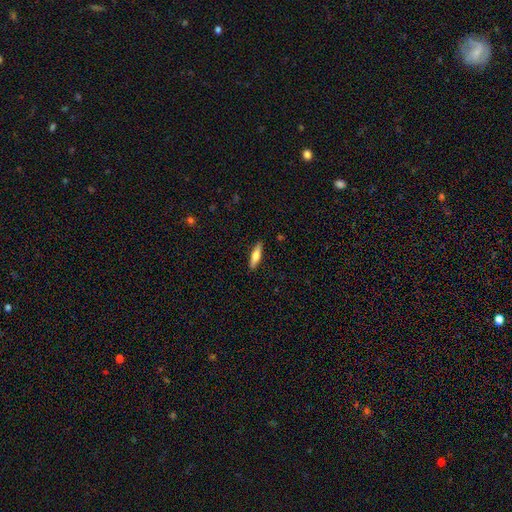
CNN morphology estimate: Smooth or featured? smooth (61%)
How rounded? cigar-shaped (69%)
Merging? none (90%)